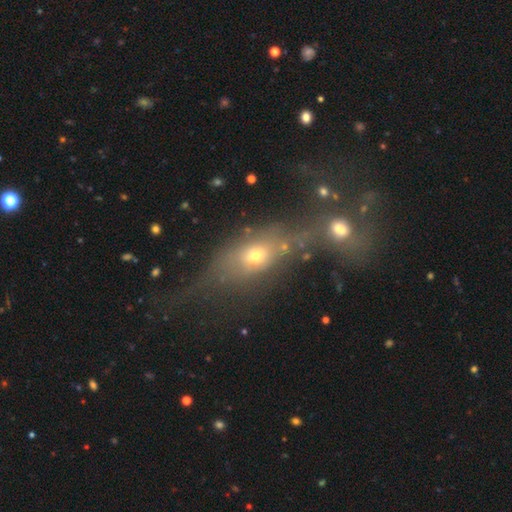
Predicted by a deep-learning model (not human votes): Overall: smooth (52%; featured or disk 27%). How rounded: in between (60%; round 25%). Merging: merger (49%; none 25%).